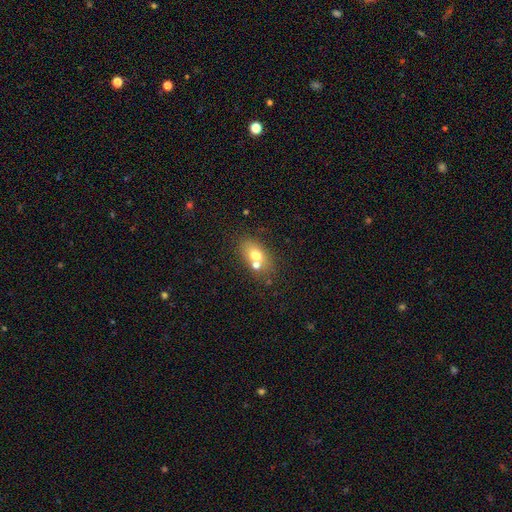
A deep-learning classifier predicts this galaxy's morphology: Overall: smooth (66%). How rounded: in between (74%). Merging: none (50%; merger 34%).